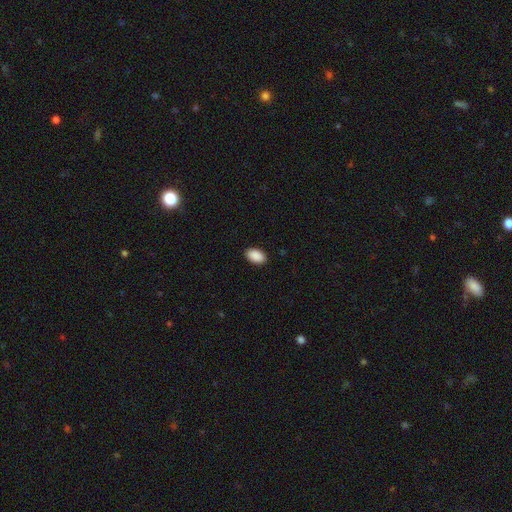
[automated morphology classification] smooth-or-featured: smooth: 91% | star or artifact: 7% | featured or disk: 2%
  how-rounded: in between: 93% | round: 5% | cigar-shaped: 1%
  merging: none: 90% | minor disturbance: 7% | major disturbance: 2% | merger: 1%